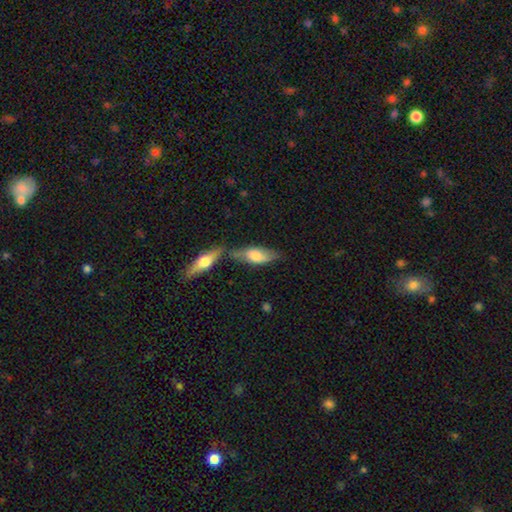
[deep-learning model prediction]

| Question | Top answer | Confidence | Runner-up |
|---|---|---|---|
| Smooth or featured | smooth | 60% | featured or disk (34%) |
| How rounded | in between | 70% | cigar-shaped (27%) |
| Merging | none | 51% | merger (27%) |